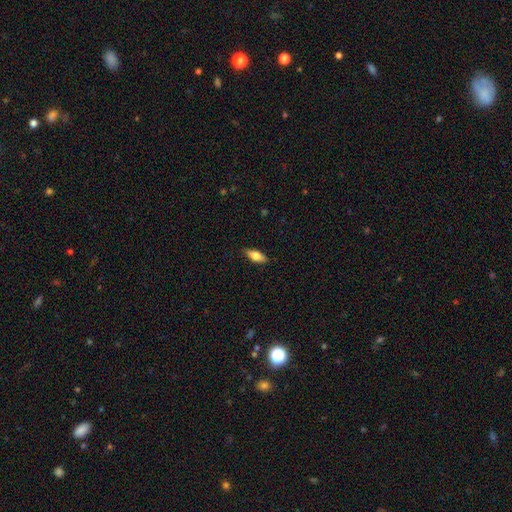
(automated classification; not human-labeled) smooth-or-featured: smooth: 66% | featured or disk: 28% | star or artifact: 7%
  how-rounded: in between: 72% | cigar-shaped: 25% | round: 3%
  merging: none: 88% | minor disturbance: 10% | major disturbance: 2% | merger: 1%